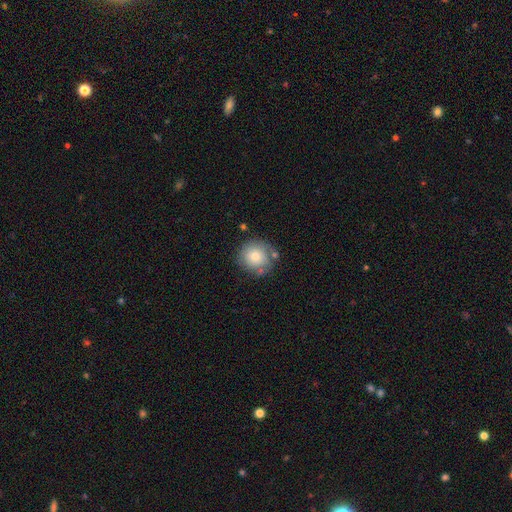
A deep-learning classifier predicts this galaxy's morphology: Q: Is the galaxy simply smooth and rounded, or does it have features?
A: smooth — 75%.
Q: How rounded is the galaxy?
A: round — 91%.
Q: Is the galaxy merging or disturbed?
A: none — 68%.